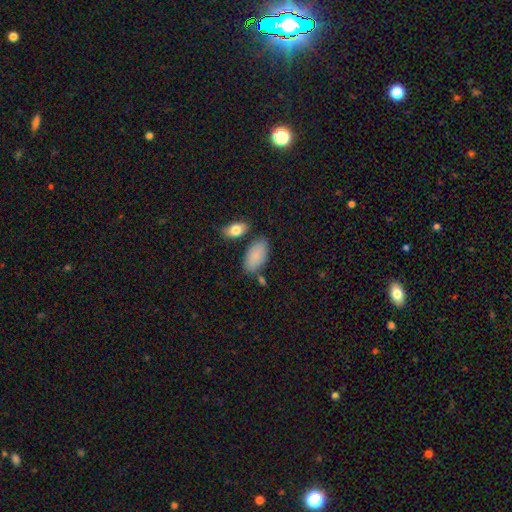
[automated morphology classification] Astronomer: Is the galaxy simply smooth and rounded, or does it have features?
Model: smooth — 86%.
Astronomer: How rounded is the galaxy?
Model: in between — 94%.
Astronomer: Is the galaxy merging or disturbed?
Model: none — 71%.